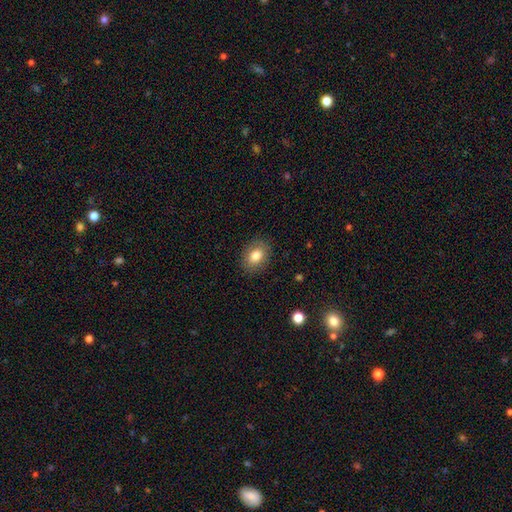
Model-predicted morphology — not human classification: Q: Smooth or featured?
A: smooth (82%); runner-up: featured or disk (10%)
Q: How rounded?
A: in between (66%); runner-up: round (33%)
Q: Merging?
A: none (87%); runner-up: minor disturbance (9%)